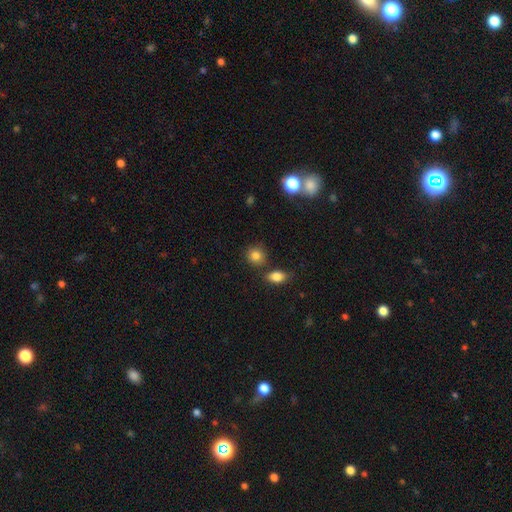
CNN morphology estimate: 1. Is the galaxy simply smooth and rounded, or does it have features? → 83% smooth, 10% star or artifact, 7% featured or disk.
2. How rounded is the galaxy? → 82% round, 17% in between, 1% cigar-shaped.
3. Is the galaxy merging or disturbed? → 76% none, 11% merger, 10% minor disturbance, 3% major disturbance.